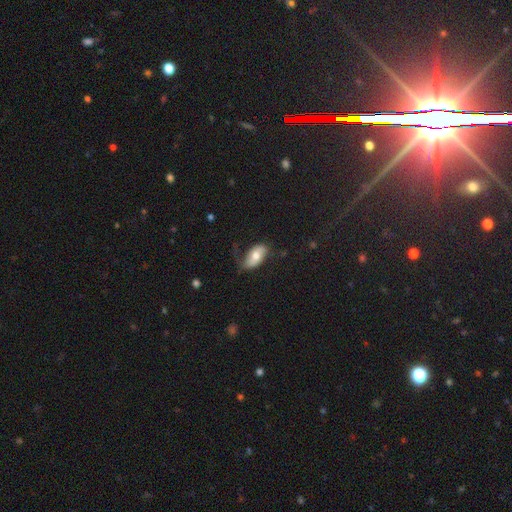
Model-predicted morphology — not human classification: Q: Smooth or featured?
A: smooth (61%); runner-up: featured or disk (32%)
Q: How rounded?
A: in between (92%); runner-up: cigar-shaped (4%)
Q: Merging?
A: none (54%); runner-up: minor disturbance (28%)